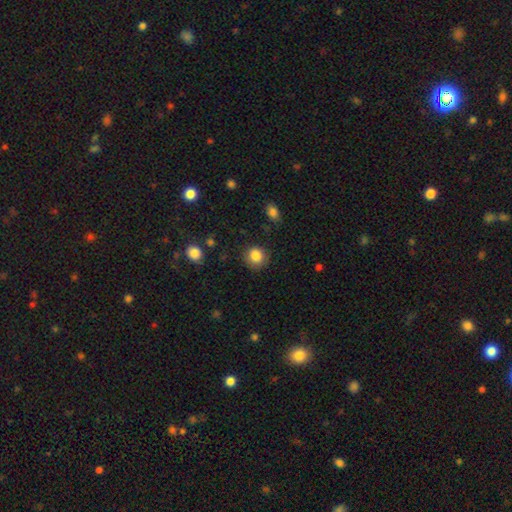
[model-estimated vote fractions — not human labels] Smooth or featured? Predicted: smooth (p=0.85). How rounded? Predicted: round (p=0.84). Merging? Predicted: none (p=0.81).